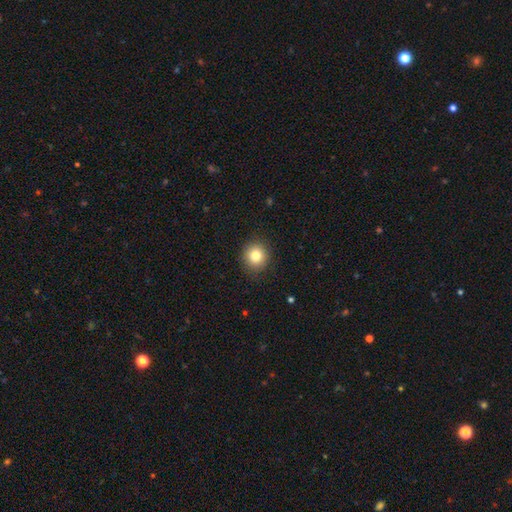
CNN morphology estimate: Smooth or featured?
  - smooth: 82% *
  - star or artifact: 11%
  - featured or disk: 8%
How rounded?
  - round: 88% *
  - in between: 11%
  - cigar-shaped: 1%
Merging?
  - none: 89% *
  - minor disturbance: 7%
  - major disturbance: 2%
  - merger: 1%